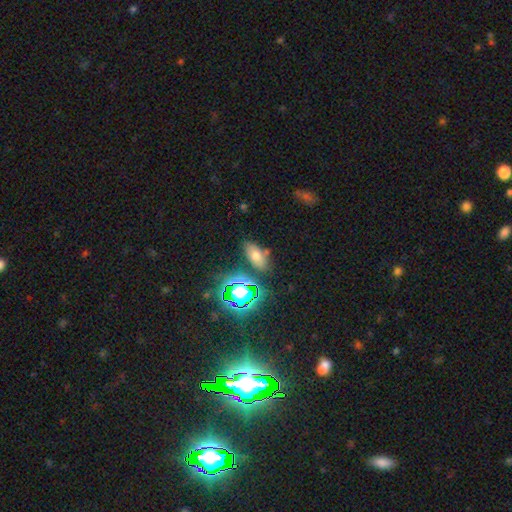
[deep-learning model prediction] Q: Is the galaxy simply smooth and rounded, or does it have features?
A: smooth — 59%.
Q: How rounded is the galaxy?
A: in between — 86%.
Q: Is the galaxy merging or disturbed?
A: none — 75%.